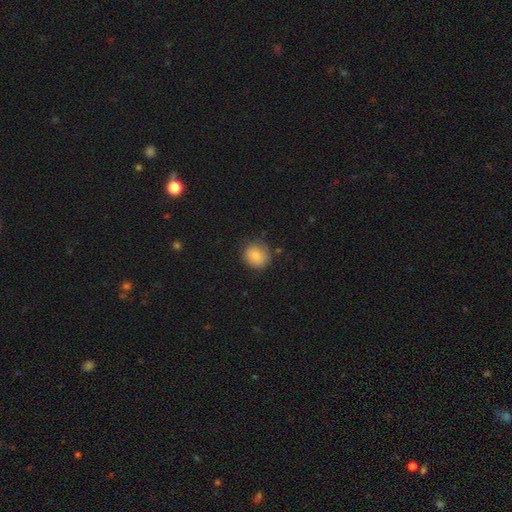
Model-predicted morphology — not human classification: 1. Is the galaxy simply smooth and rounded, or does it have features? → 82% smooth, 10% featured or disk, 9% star or artifact.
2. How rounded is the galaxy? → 84% round, 15% in between, 1% cigar-shaped.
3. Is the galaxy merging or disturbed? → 80% none, 15% minor disturbance, 4% major disturbance, 2% merger.